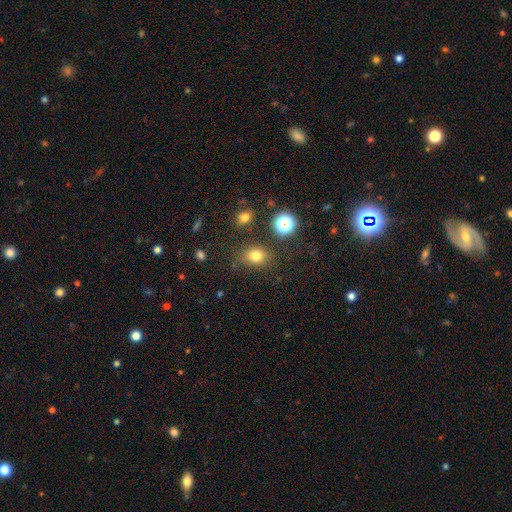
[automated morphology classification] type=smooth (75%); roundness=in between (54%); merging=none (79%).